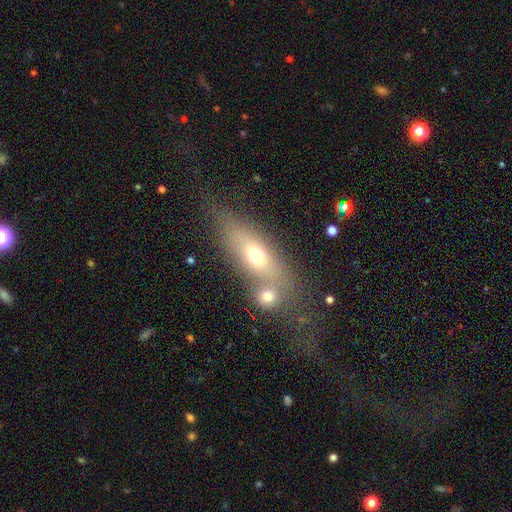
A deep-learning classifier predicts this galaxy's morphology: type=smooth (60%); roundness=in between (59%); merging=none (43%).